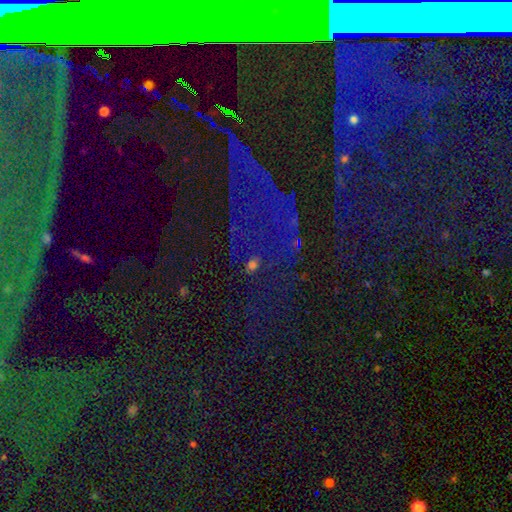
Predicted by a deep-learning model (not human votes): Smooth or featured: star or artifact — 80% (featured or disk — 10%)